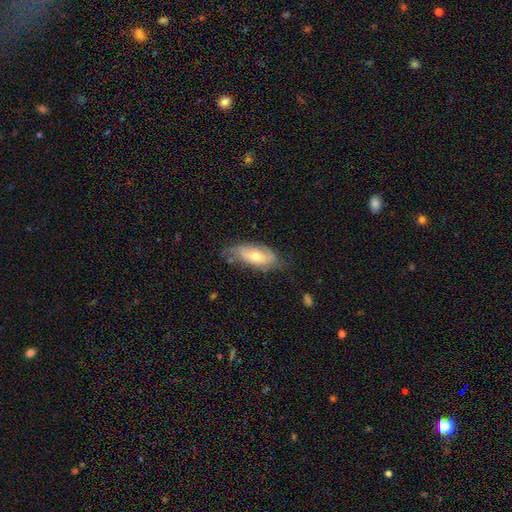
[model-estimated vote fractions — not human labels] Smooth or featured? Predicted: smooth (p=0.49). Merging? Predicted: none (p=0.57).